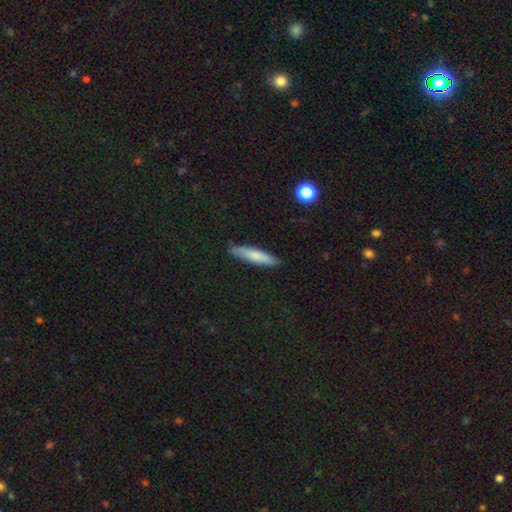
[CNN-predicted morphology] smooth_or_featured: smooth (p=0.75) [alt: featured or disk p=0.19]
how_rounded: cigar-shaped (p=0.84) [alt: in between p=0.14]
merging: none (p=0.89) [alt: minor disturbance p=0.09]